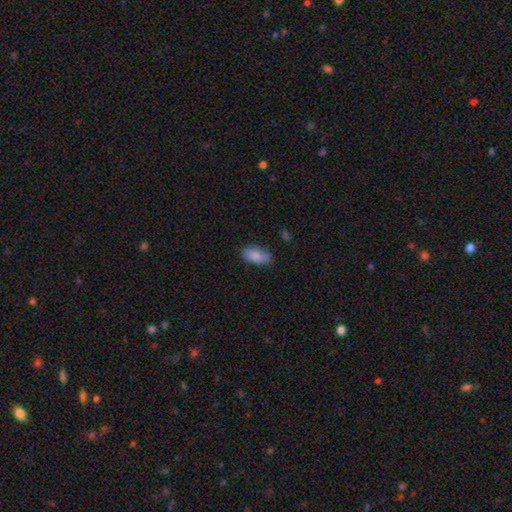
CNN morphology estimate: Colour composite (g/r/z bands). It shows a smooth galaxy with no disk features (84%) that is in between round and cigar-shaped (91%). Merging: none (70%).